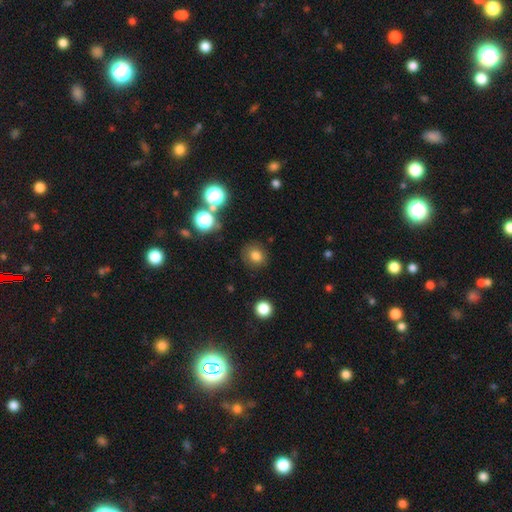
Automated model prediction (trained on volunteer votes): Smooth or featured? smooth (78%)
How rounded? round (75%)
Merging? none (83%)